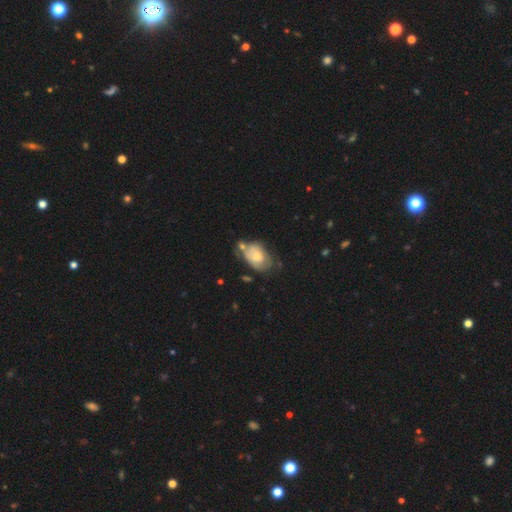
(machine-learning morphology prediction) Overall: smooth (53%; featured or disk 41%). How rounded: in between (84%). Merging: none (38%; minor disturbance 30%).